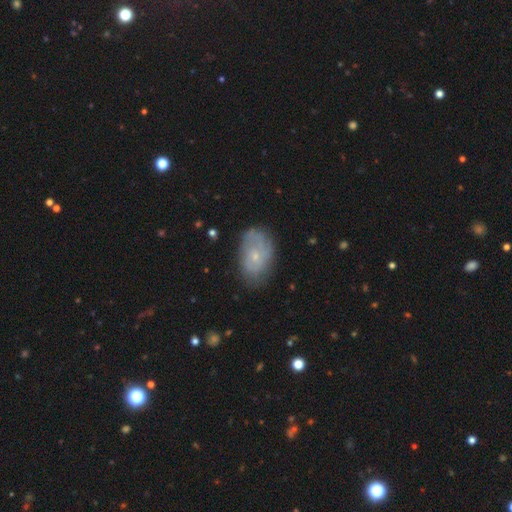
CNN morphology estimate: Smooth or featured? featured or disk (55%)
Edge-on disk? no (95%)
Bar? no (80%)
Spiral arms? yes (73%)
Bulge size? small (75%)
Merging? none (67%)